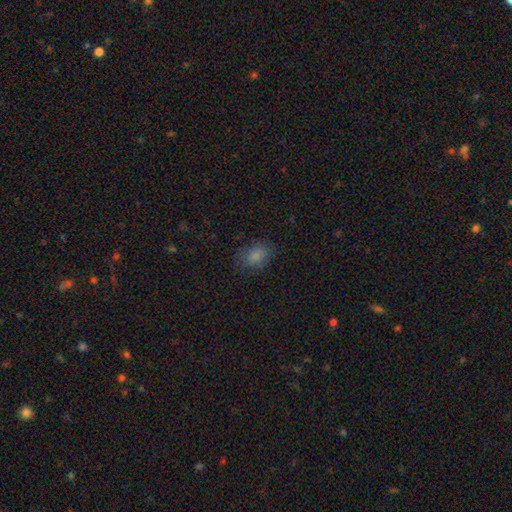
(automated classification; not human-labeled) Smooth or featured: smooth — 83% (star or artifact — 11%)
How rounded: in between — 70% (round — 29%)
Merging: none — 77% (minor disturbance — 16%)